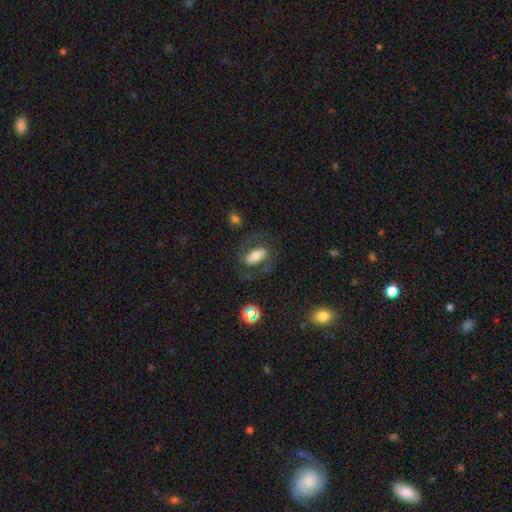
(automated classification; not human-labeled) A smooth galaxy with no disk features (52%) that is in between round and cigar-shaped (88%). Merging: none (64%).